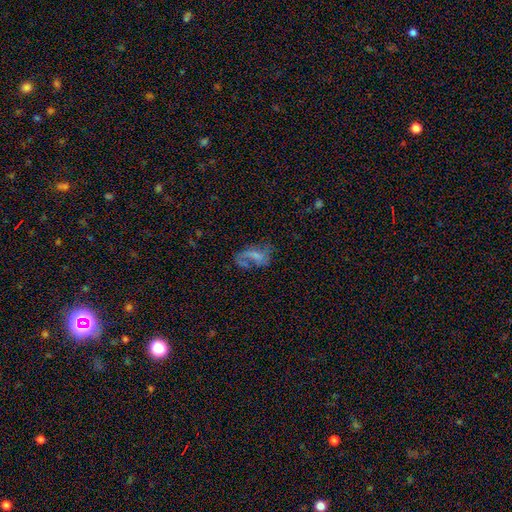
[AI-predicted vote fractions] Overall: featured or disk (47%; smooth 37%). Merging: major disturbance (40%; none 31%).